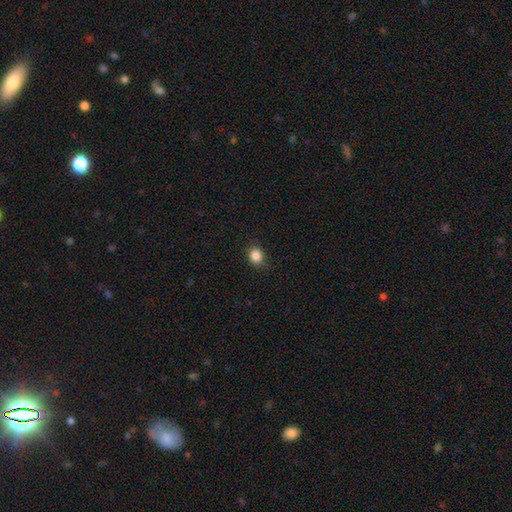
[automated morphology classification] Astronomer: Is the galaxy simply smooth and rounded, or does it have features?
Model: smooth — 86%.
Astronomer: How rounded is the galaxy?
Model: round — 66%.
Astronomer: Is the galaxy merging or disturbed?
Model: none — 82%.